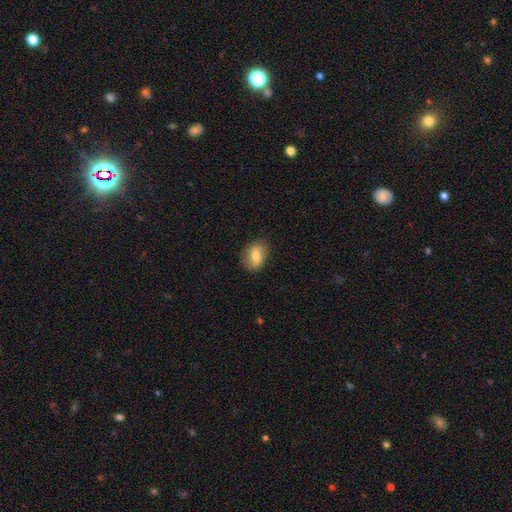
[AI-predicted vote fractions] A smooth galaxy with no disk features (66%) that is in between round and cigar-shaped (76%). Merging: none (82%).